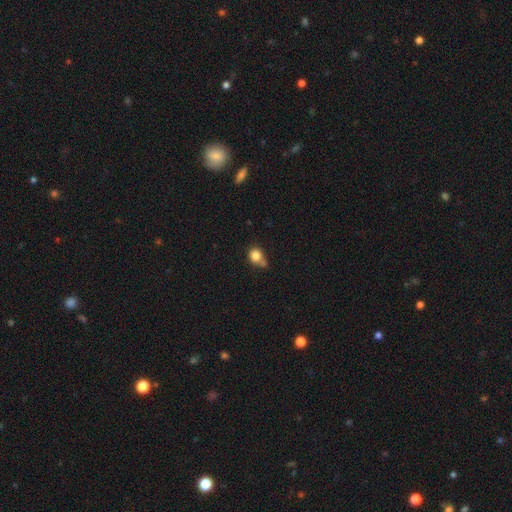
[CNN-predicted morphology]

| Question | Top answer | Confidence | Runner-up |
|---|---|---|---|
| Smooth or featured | smooth | 81% | star or artifact (11%) |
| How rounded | round | 72% | in between (27%) |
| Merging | none | 45% | merger (24%) |